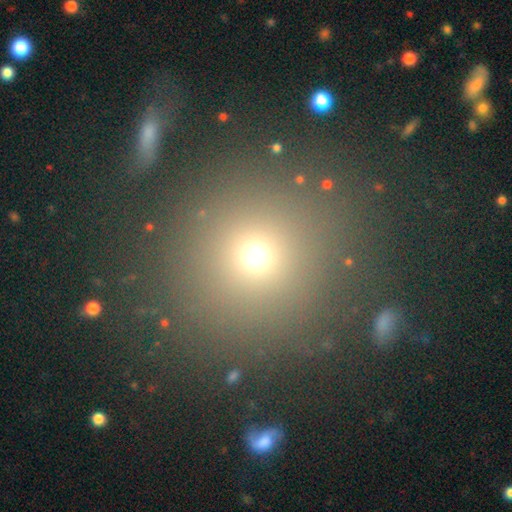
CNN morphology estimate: Smooth or featured? Predicted: smooth (p=0.67). How rounded? Predicted: round (p=0.93). Merging? Predicted: none (p=0.84).